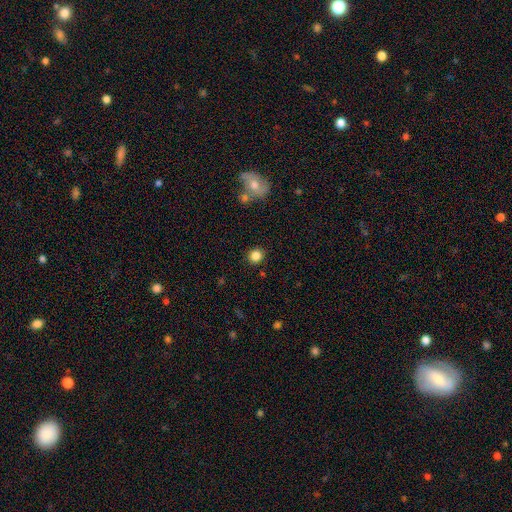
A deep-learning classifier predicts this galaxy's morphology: Smooth or featured? smooth (84%)
How rounded? round (86%)
Merging? none (88%)